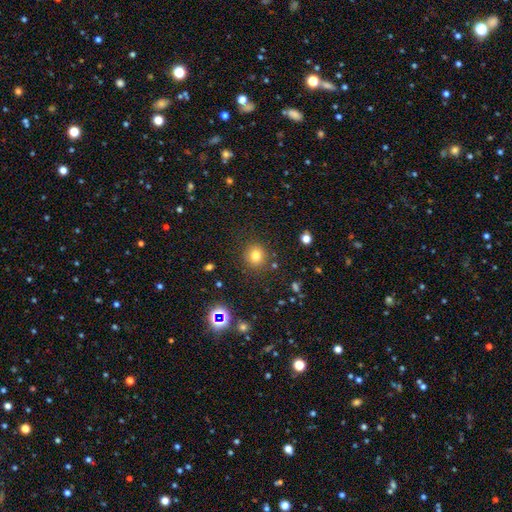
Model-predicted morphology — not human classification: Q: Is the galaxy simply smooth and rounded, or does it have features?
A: smooth — 77%.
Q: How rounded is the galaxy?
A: round — 88%.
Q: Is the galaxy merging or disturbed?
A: none — 86%.